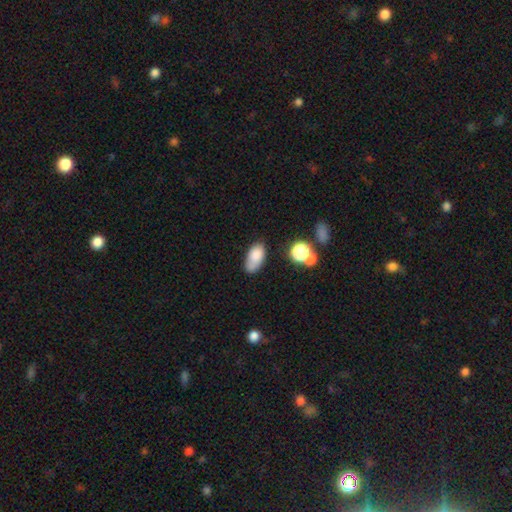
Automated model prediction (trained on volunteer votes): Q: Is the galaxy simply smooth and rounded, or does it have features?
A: smooth — 79%.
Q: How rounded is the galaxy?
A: in between — 91%.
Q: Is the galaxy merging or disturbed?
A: none — 57%.